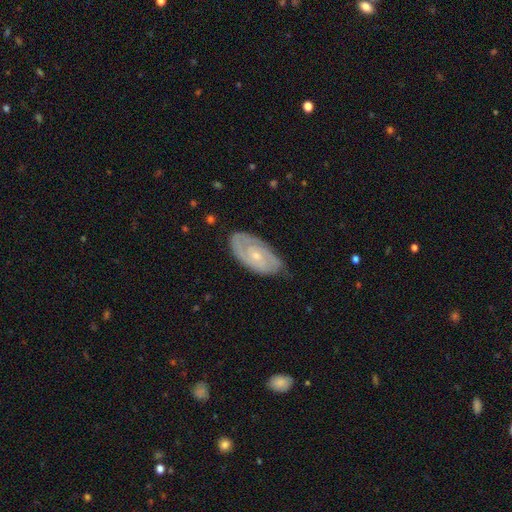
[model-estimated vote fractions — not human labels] A featured or disk galaxy (72%) with no bar (72%), 2 (46%) tight (64%) spiral arms (86%) and a small central bulge (69%). Merging: none (70%).